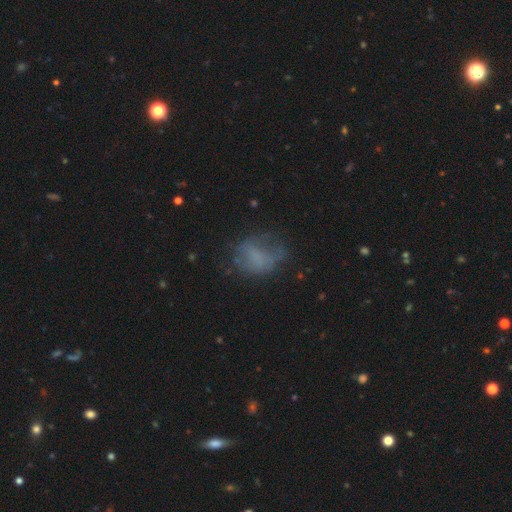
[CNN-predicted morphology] Smooth or featured? smooth (53%)
How rounded? in between (61%)
Merging? none (48%)